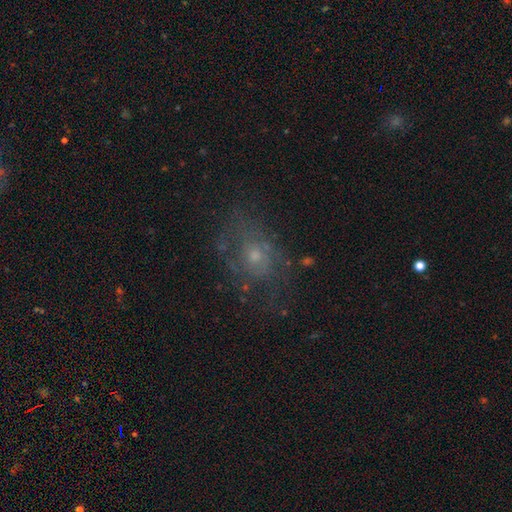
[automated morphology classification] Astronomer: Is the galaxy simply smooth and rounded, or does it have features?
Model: featured or disk — 55%.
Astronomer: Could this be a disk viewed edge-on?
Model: no — 96%.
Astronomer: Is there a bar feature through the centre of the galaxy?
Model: no — 84%.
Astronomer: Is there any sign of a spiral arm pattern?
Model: yes — 58% (runner-up: no, 42%).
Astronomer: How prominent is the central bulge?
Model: small — 53% (runner-up: moderate, 39%).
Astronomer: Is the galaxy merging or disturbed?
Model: none — 60%.